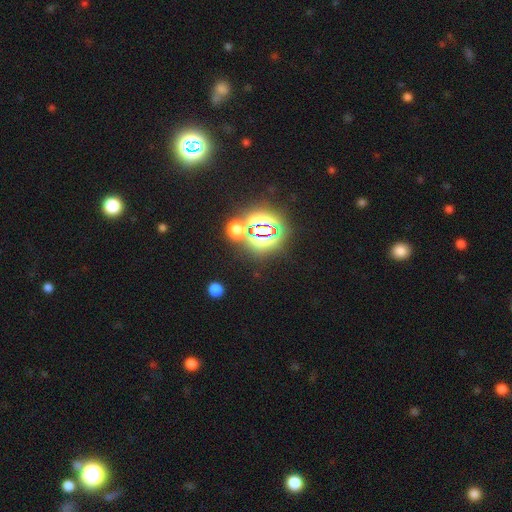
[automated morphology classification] A star or artifact, not a galaxy (75%).

Vote fractions:
- Smooth or featured? star or artifact: 75% / smooth: 16% / featured or disk: 9%